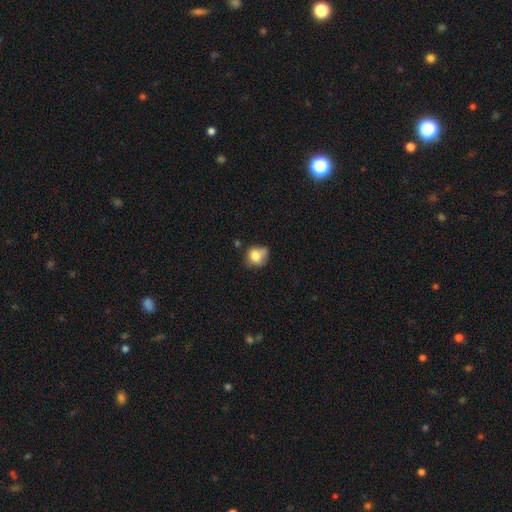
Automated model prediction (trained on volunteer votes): A smooth galaxy with no disk features (77%) that is round (70%).

Vote fractions:
- Smooth or featured? smooth: 77% / featured or disk: 13% / star or artifact: 10%
- How rounded? round: 70% / in between: 29% / cigar-shaped: 1%
- Merging? none: 45% / minor disturbance: 32% / merger: 12% / major disturbance: 11%